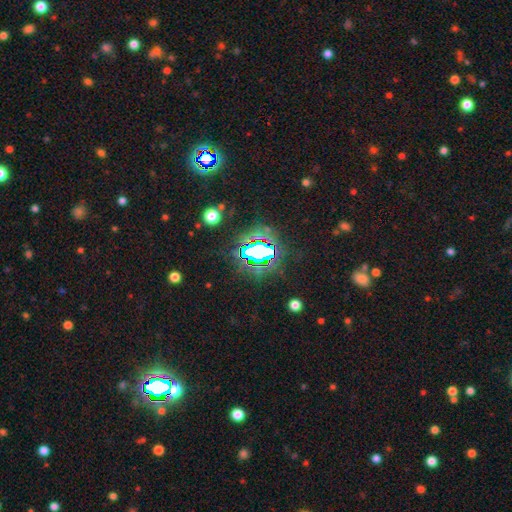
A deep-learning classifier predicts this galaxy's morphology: Overall: star or artifact (71%).